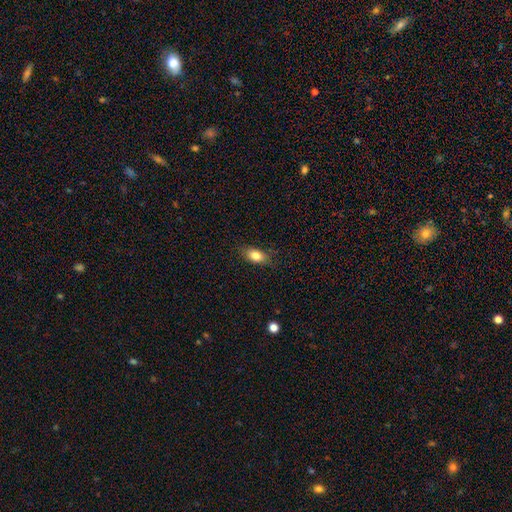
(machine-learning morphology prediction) This appears to be a smooth galaxy with no disk features (81%) that is in between round and cigar-shaped (83%). Merging: none (80%).